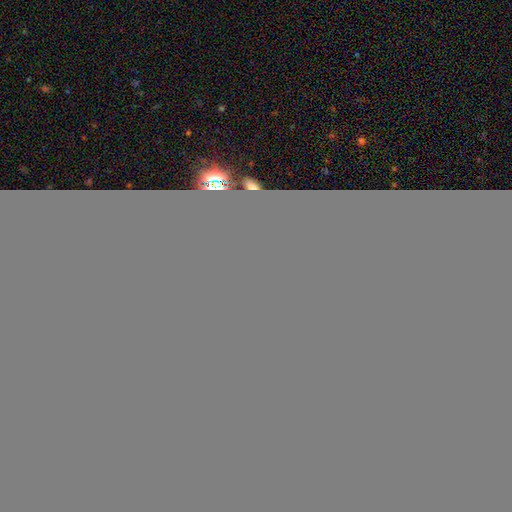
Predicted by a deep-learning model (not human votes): A smooth galaxy with no disk features (78%) that is round (69%).

Vote fractions:
- Smooth or featured? smooth: 78% / star or artifact: 12% / featured or disk: 10%
- How rounded? round: 69% / in between: 30% / cigar-shaped: 1%
- Merging? none: 86% / minor disturbance: 9% / major disturbance: 3% / merger: 2%